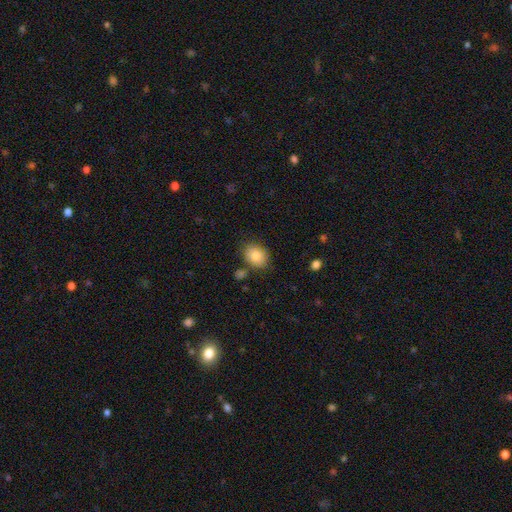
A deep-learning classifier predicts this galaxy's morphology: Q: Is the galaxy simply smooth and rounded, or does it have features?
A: smooth — 84%.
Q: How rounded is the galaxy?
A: in between — 62%.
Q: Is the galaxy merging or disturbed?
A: none — 77%.